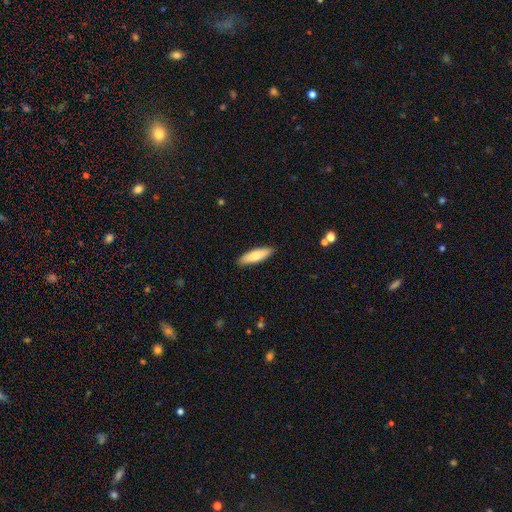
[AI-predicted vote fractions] smooth_or_featured: smooth (p=0.80) [alt: featured or disk p=0.15]
how_rounded: cigar-shaped (p=0.58) [alt: in between p=0.40]
merging: none (p=0.90) [alt: minor disturbance p=0.08]